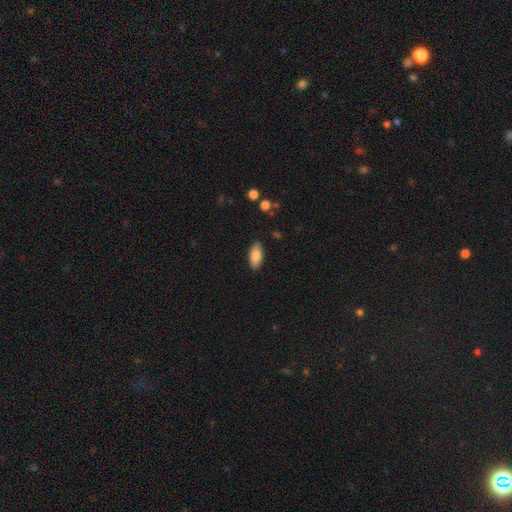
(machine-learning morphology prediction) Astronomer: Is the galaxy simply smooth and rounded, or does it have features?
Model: smooth — 86%.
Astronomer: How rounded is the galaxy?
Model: in between — 87%.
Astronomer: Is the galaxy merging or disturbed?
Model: none — 87%.